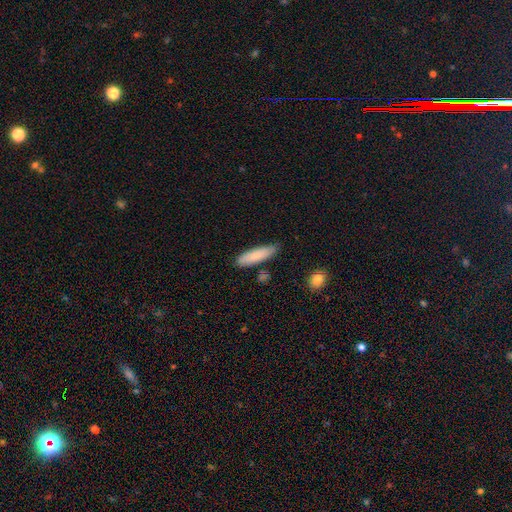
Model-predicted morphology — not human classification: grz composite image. It shows a smooth galaxy with no disk features (82%) that is cigar-shaped (69%). Merging: none (82%).